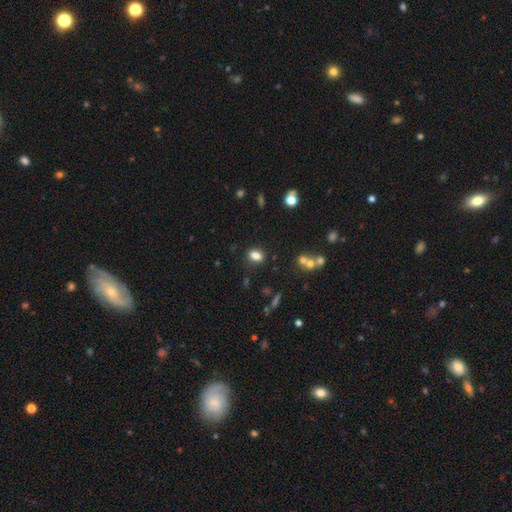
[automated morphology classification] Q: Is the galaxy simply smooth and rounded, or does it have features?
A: smooth — 81%.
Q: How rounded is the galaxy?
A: in between — 79%.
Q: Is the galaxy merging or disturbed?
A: none — 80%.